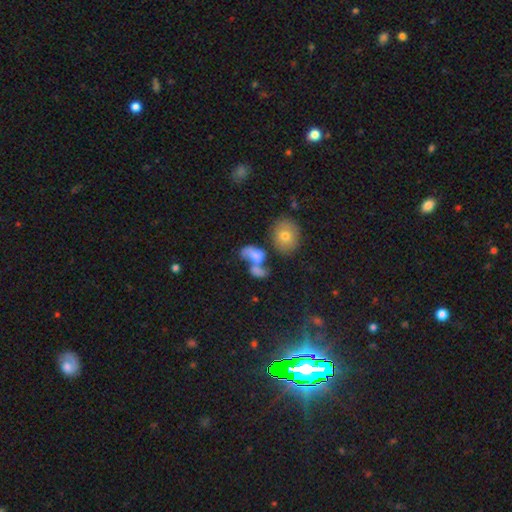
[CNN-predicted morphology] Smooth or featured: smooth — 60% (featured or disk — 27%)
How rounded: in between — 79% (round — 18%)
Merging: merger — 55% (none — 22%)